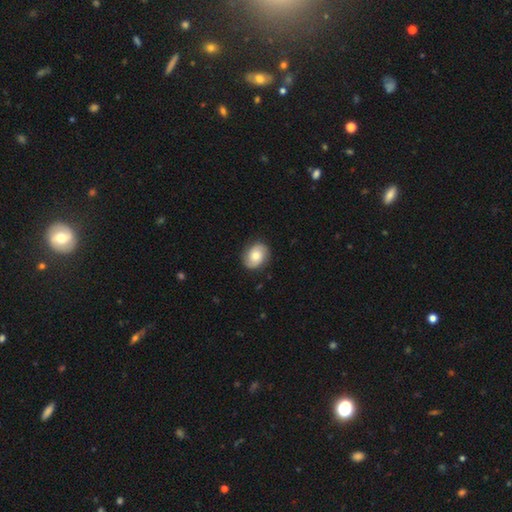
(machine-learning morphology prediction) Overall: featured or disk (50%; smooth 43%). Merging: none (85%).